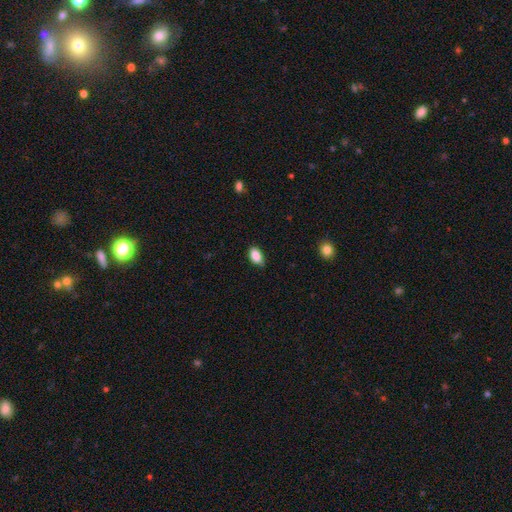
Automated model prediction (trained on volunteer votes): Smooth or featured? Predicted: smooth (p=0.88). How rounded? Predicted: in between (p=0.92). Merging? Predicted: none (p=0.75).